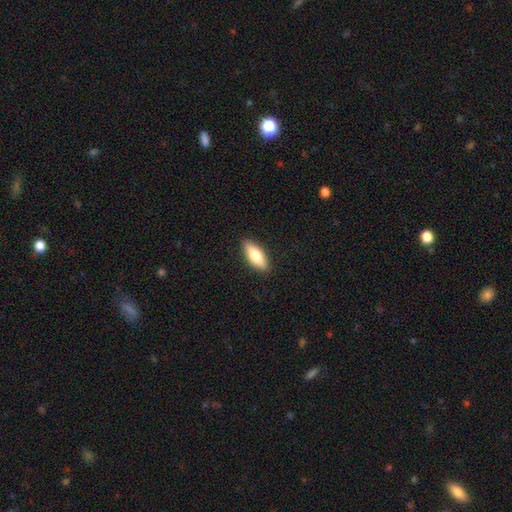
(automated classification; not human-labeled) smooth 71%, featured or disk 23%, star or artifact 6%. Down the decision tree: how rounded — in between (67%); merging — none (89%).